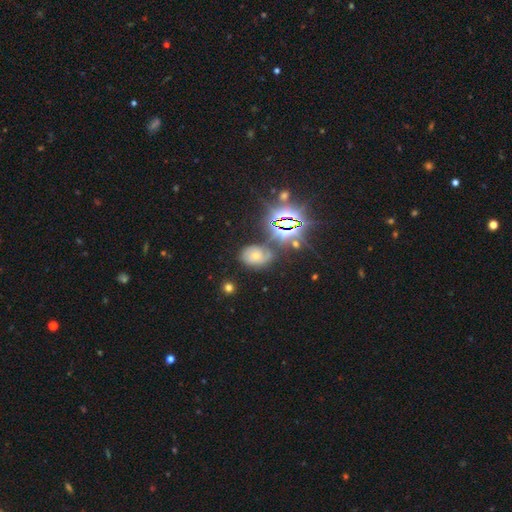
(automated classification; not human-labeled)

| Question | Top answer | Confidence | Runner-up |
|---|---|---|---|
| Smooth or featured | smooth | 34% | featured or disk (33%) |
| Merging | none | 57% | minor disturbance (24%) |